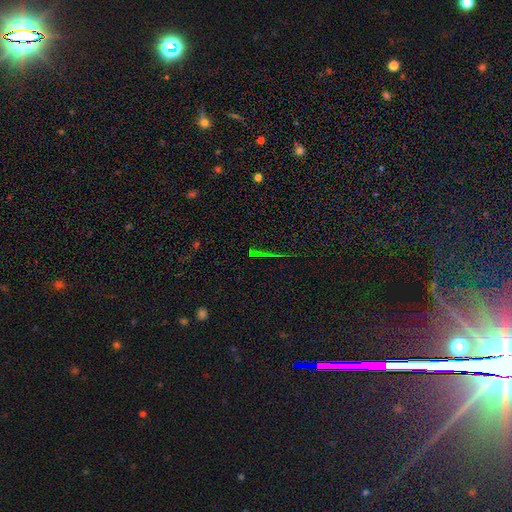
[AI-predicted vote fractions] This is likely a star or artifact rather than a galaxy (75%).